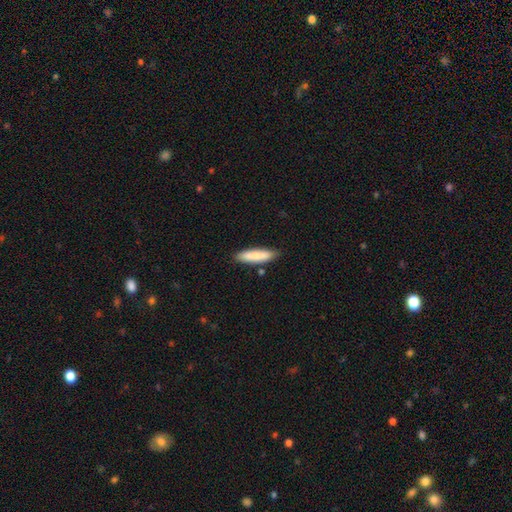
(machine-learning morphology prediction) Q: Smooth or featured?
A: smooth (83%); runner-up: featured or disk (11%)
Q: How rounded?
A: cigar-shaped (70%); runner-up: in between (29%)
Q: Merging?
A: none (83%); runner-up: minor disturbance (12%)